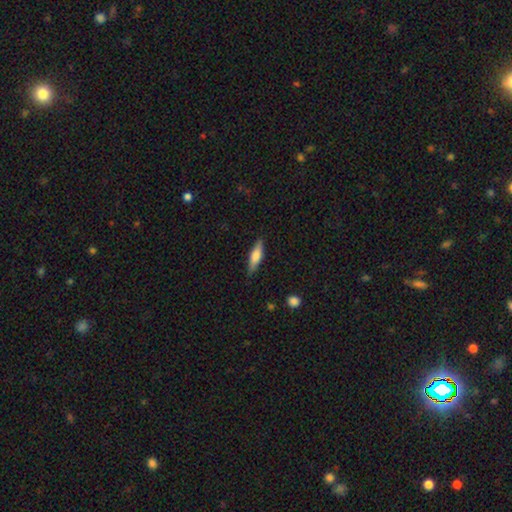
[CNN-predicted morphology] Overall: smooth (59%; featured or disk 35%). How rounded: cigar-shaped (64%; in between 34%). Merging: none (85%).